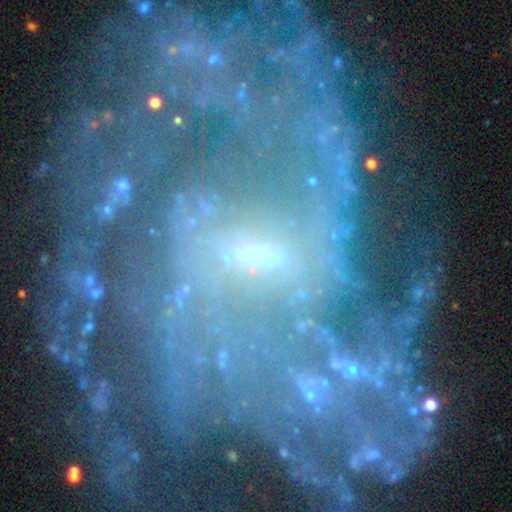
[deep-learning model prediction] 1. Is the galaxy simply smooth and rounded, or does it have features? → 84% featured or disk, 10% star or artifact, 6% smooth.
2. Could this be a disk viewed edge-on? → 97% no, 3% yes.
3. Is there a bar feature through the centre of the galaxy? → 47% weak, 27% strong, 26% no.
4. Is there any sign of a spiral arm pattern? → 91% yes, 9% no.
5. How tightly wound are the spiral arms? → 42% medium, 35% tight, 23% loose.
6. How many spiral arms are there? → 30% 2 (tied), 30% can't tell (tied), 13% 3, 10% 4, 9% more than 4, 9% 1.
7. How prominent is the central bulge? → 71% small, 16% moderate, 11% none, 2% large, 1% dominant.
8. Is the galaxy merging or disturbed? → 53% none, 22% major disturbance, 19% minor disturbance, 5% merger.